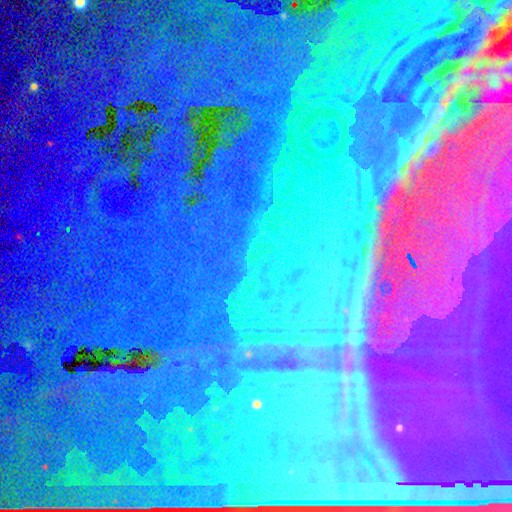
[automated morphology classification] A star or artifact, not a galaxy (83%).